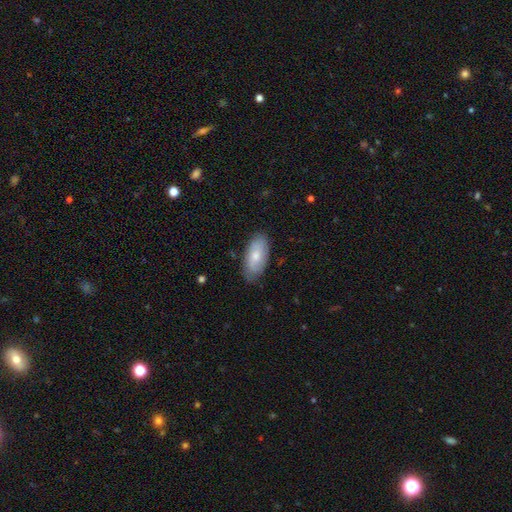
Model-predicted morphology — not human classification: This appears to be a smooth galaxy with no disk features (67%) that is in between round and cigar-shaped (92%). Merging: none (79%).